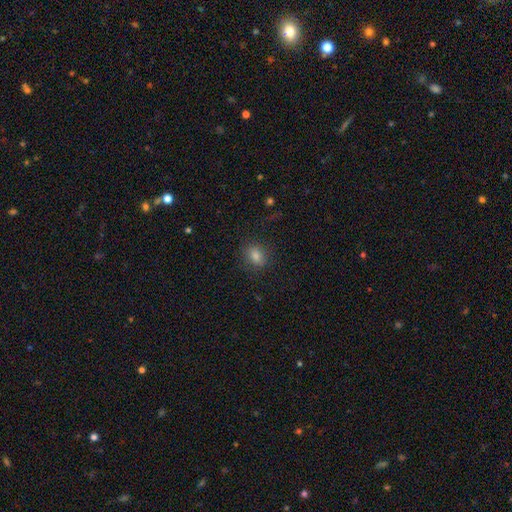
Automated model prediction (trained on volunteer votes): A smooth galaxy with no disk features (77%) that is in between round and cigar-shaped (59%). Merging: none (84%).